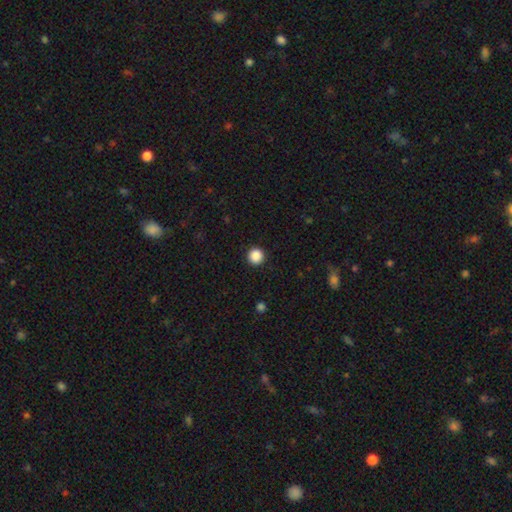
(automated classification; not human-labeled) The model was most divided on "smooth or featured": smooth: 88%, star or artifact: 10%, featured or disk: 2%. More confident: how rounded — round (96%); merging — none (93%).